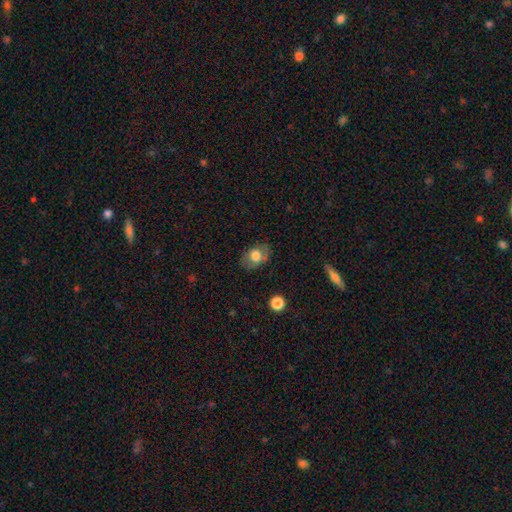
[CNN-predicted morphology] Smooth or featured?
  - smooth: 68% *
  - featured or disk: 23%
  - star or artifact: 8%
How rounded?
  - in between: 73% *
  - round: 26%
  - cigar-shaped: 1%
Merging?
  - none: 76% *
  - minor disturbance: 17%
  - major disturbance: 5%
  - merger: 1%